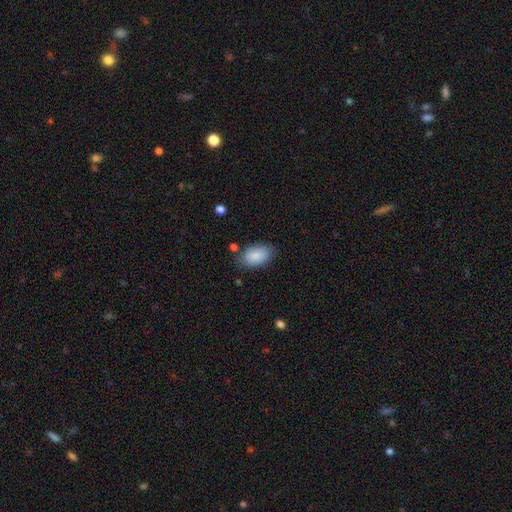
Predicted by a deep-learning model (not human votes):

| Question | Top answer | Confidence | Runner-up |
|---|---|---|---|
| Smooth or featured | smooth | 88% | star or artifact (6%) |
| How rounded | in between | 94% | round (5%) |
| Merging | none | 77% | minor disturbance (16%) |